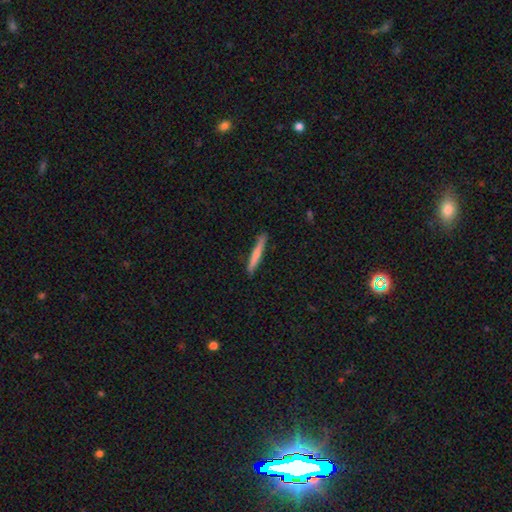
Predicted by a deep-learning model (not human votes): Smooth or featured?
  - smooth: 71% *
  - featured or disk: 24%
  - star or artifact: 5%
How rounded?
  - cigar-shaped: 96% *
  - in between: 3%
  - round: 1%
Merging?
  - none: 87% *
  - minor disturbance: 10%
  - major disturbance: 2%
  - merger: 1%